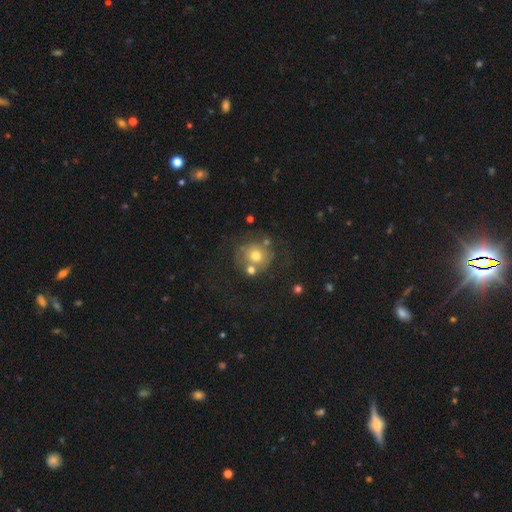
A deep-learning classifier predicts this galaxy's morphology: smooth-or-featured: smooth: 61% | featured or disk: 27% | star or artifact: 13%
  how-rounded: round: 89% | in between: 10% | cigar-shaped: 1%
  merging: none: 58% | minor disturbance: 16% | merger: 14% | major disturbance: 12%